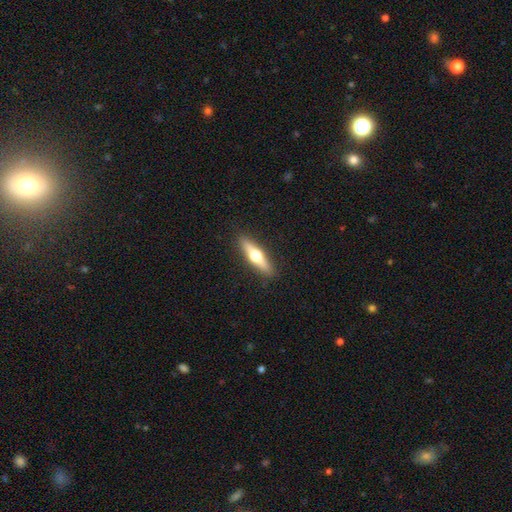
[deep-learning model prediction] Morphology: type=featured or disk (53%); edge-on=yes (94%); merging=none (90%).